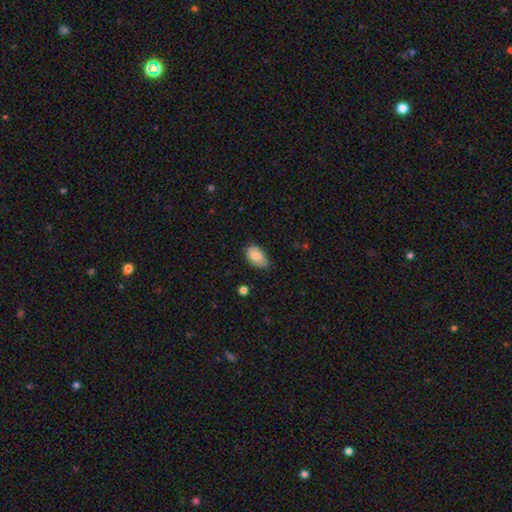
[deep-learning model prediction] Q: Smooth or featured?
A: smooth (78%); runner-up: featured or disk (15%)
Q: How rounded?
A: in between (93%); runner-up: round (6%)
Q: Merging?
A: none (70%); runner-up: minor disturbance (25%)